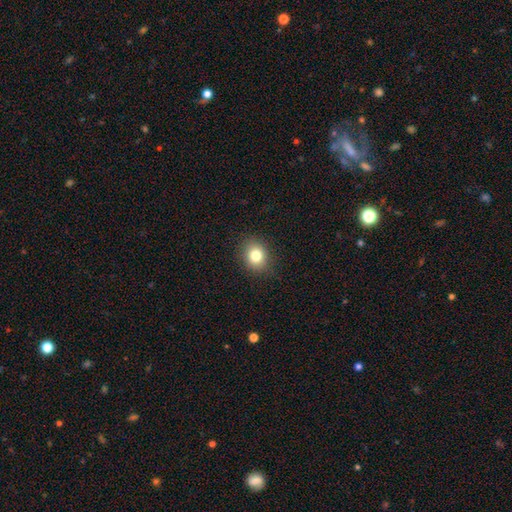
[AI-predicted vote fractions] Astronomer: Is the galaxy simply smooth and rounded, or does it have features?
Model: smooth — 81%.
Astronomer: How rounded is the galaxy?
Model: round — 66%.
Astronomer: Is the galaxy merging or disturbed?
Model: none — 89%.